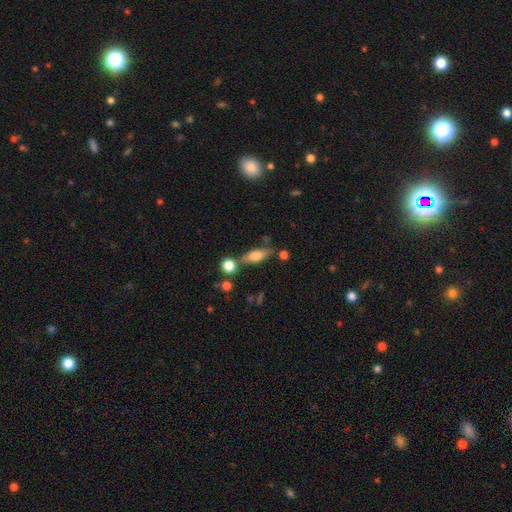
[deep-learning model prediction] Smooth or featured? Predicted: smooth (p=0.58). How rounded? Predicted: in between (p=0.63). Merging? Predicted: none (p=0.66).